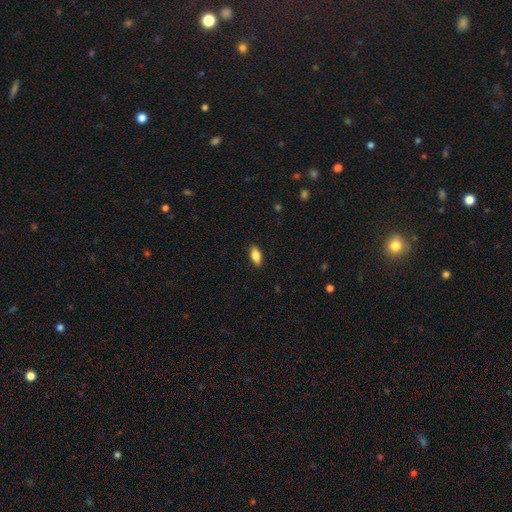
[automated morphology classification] The model was most divided on "smooth or featured": smooth: 79%, featured or disk: 15%, star or artifact: 7%. More confident: merging — none (89%); how rounded — in between (84%).